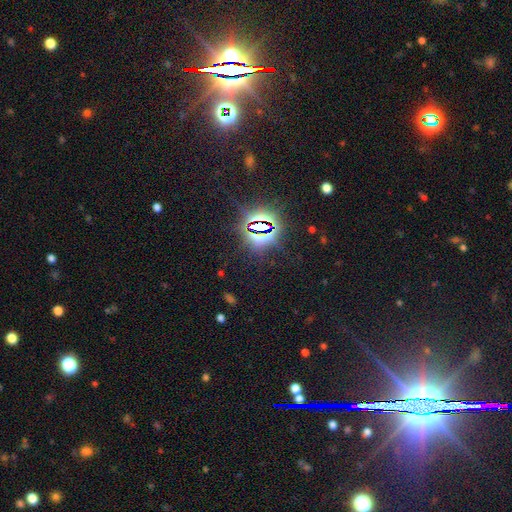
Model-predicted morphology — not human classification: Q: Smooth or featured?
A: star or artifact (81%); runner-up: smooth (10%)